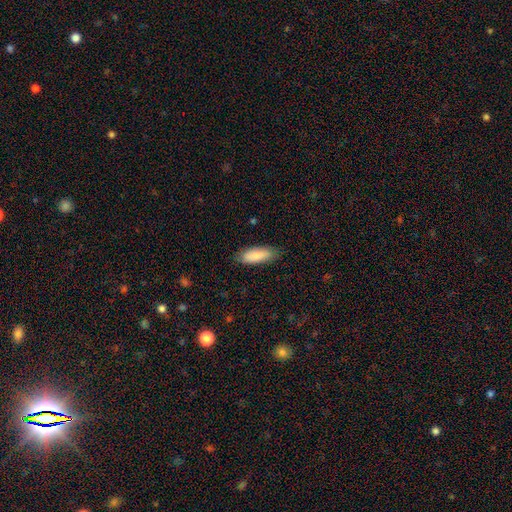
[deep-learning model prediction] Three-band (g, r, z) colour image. It shows a smooth galaxy with no disk features (87%) that is in between round and cigar-shaped (66%). Merging: none (83%).